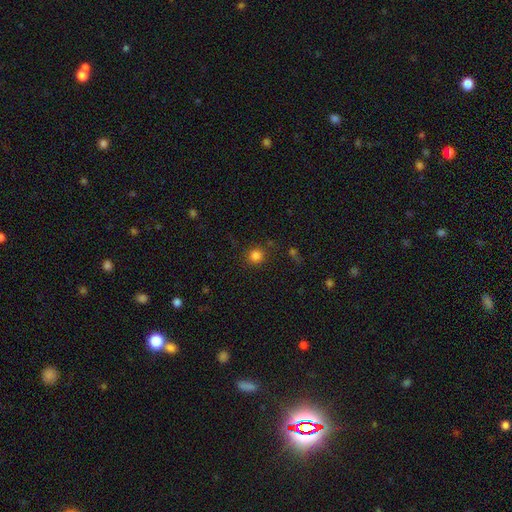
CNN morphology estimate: smooth_or_featured: smooth (p=0.83) [alt: star or artifact p=0.13]
how_rounded: round (p=0.91) [alt: in between p=0.08]
merging: none (p=0.85) [alt: minor disturbance p=0.08]